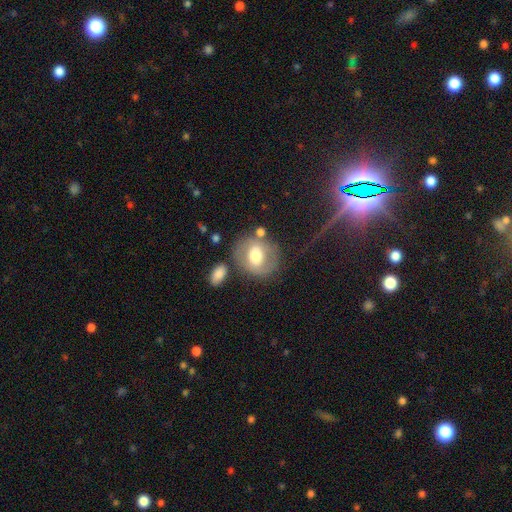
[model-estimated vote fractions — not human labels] smooth_or_featured: smooth (p=0.52) [alt: featured or disk p=0.40]
how_rounded: round (p=0.66) [alt: in between p=0.33]
merging: none (p=0.63) [alt: minor disturbance p=0.17]